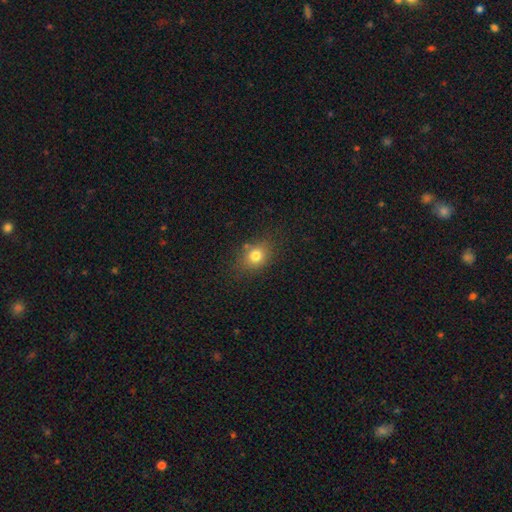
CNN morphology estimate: This is likely a smooth galaxy (78%). How rounded: possibly round (55%). Merging: likely none (77%).